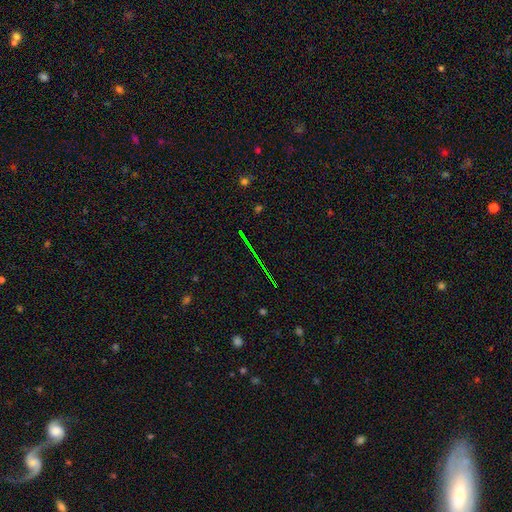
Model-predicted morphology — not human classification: Smooth or featured? Predicted: star or artifact (p=0.70).